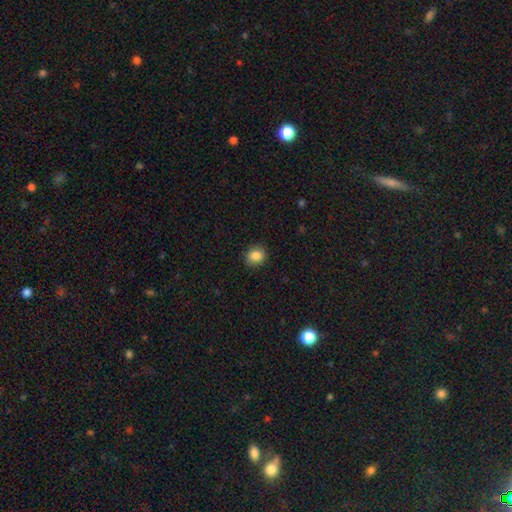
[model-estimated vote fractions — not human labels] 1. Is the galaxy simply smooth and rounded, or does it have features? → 86% smooth, 9% star or artifact, 4% featured or disk.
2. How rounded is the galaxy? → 69% round, 30% in between, 1% cigar-shaped.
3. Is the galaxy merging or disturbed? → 88% none, 9% minor disturbance, 2% major disturbance, 1% merger.